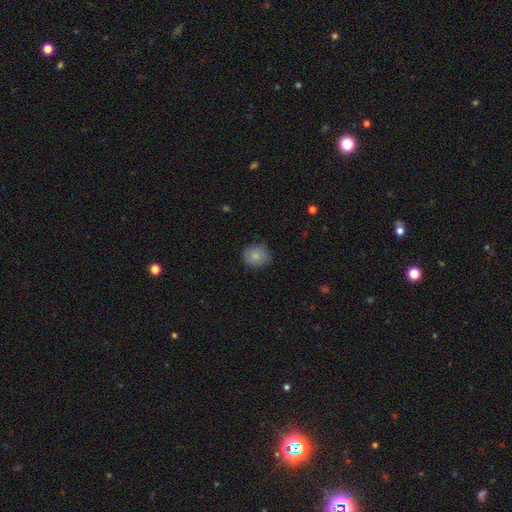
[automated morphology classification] smooth_or_featured: smooth (p=0.85) [alt: star or artifact p=0.09]
how_rounded: round (p=0.81) [alt: in between p=0.18]
merging: none (p=0.83) [alt: minor disturbance p=0.14]